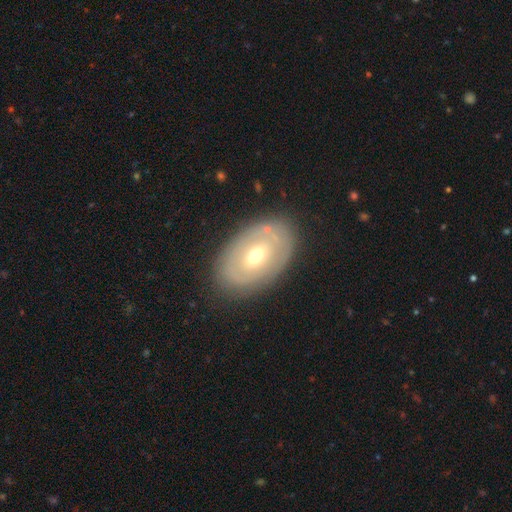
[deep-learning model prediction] smooth_or_featured: featured or disk (p=0.56) [alt: smooth p=0.37]
disk_edge_on: no (p=0.91) [alt: yes p=0.09]
bar: no (p=0.61) [alt: weak p=0.29]
has_spiral_arms: no (p=0.69) [alt: yes p=0.31]
bulge_size: moderate (p=0.62) [alt: small p=0.32]
merging: none (p=0.82) [alt: minor disturbance p=0.12]